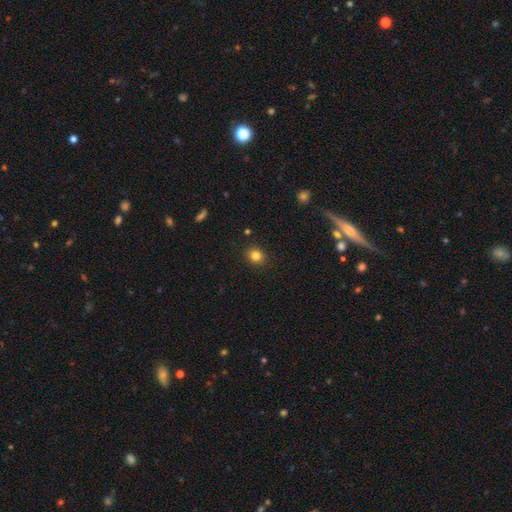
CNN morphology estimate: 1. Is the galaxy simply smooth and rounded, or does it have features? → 82% smooth, 12% star or artifact, 6% featured or disk.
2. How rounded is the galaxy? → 75% round, 24% in between, 1% cigar-shaped.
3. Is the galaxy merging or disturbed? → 89% none, 7% minor disturbance, 2% major disturbance, 1% merger.